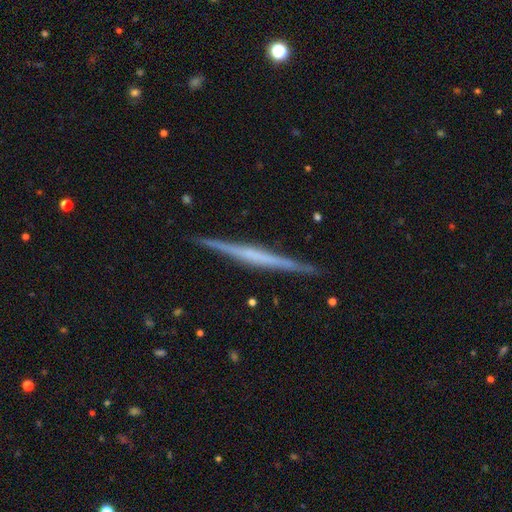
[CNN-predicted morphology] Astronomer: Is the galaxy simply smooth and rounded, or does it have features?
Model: featured or disk — 73%.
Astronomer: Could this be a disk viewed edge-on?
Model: yes — 98%.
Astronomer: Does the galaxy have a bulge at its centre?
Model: none — 63%.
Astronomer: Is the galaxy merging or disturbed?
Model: none — 91%.